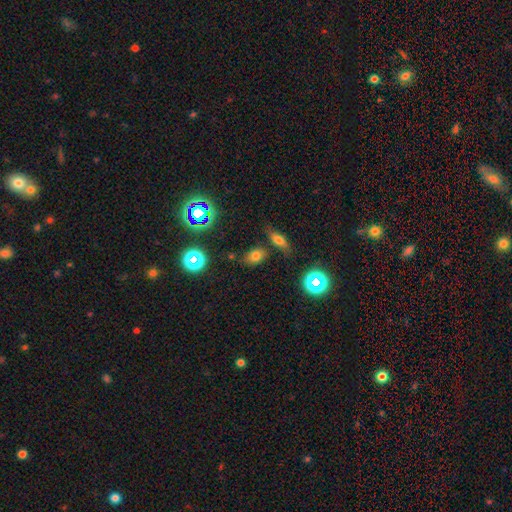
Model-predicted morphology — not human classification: type=smooth (70%); roundness=in between (78%); merging=none (73%).